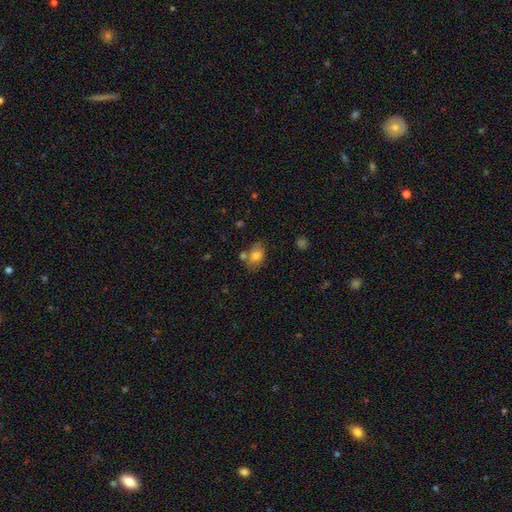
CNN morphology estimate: smooth_or_featured: smooth (p=0.77) [alt: featured or disk p=0.13]
how_rounded: in between (p=0.78) [alt: round p=0.21]
merging: none (p=0.58) [alt: minor disturbance p=0.19]